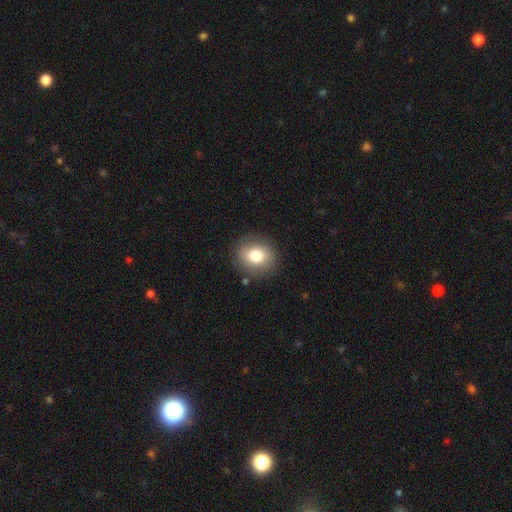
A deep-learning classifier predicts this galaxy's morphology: smooth_or_featured: smooth (p=0.78) [alt: featured or disk p=0.13]
how_rounded: round (p=0.78) [alt: in between p=0.21]
merging: none (p=0.87) [alt: minor disturbance p=0.09]